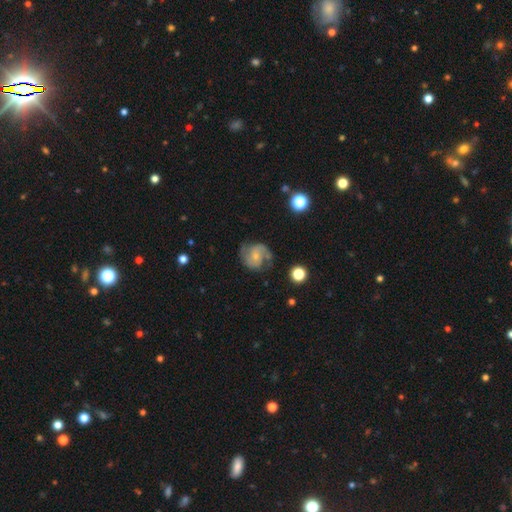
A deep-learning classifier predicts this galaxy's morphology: Q: Smooth or featured?
A: featured or disk (71%); runner-up: smooth (21%)
Q: Edge-on disk?
A: no (98%); runner-up: yes (2%)
Q: Bar?
A: no (60%); runner-up: weak (32%)
Q: Spiral arms?
A: yes (92%); runner-up: no (8%)
Q: Spiral winding?
A: medium (50%); runner-up: loose (26%)
Q: Spiral arm count?
A: 2 (84%); runner-up: can't tell (7%)
Q: Bulge size?
A: small (64%); runner-up: moderate (25%)
Q: Merging?
A: none (66%); runner-up: minor disturbance (20%)